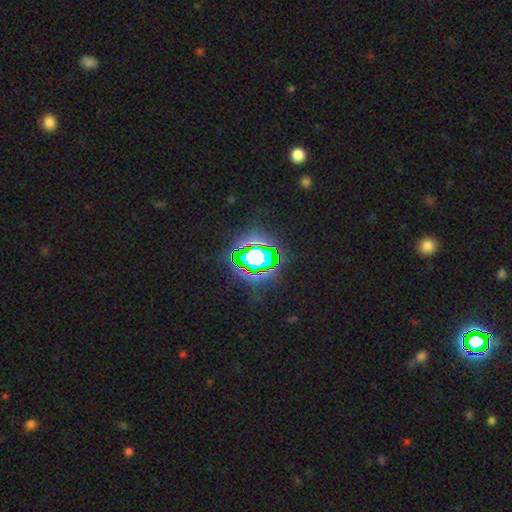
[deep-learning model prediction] This is likely a star or artifact rather than a galaxy (69%).